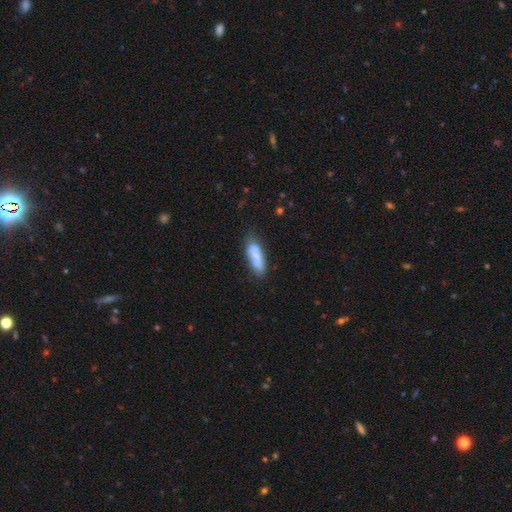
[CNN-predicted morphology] smooth_or_featured: smooth (p=0.71) [alt: featured or disk p=0.22]
how_rounded: in between (p=0.65) [alt: cigar-shaped p=0.33]
merging: none (p=0.67) [alt: minor disturbance p=0.22]